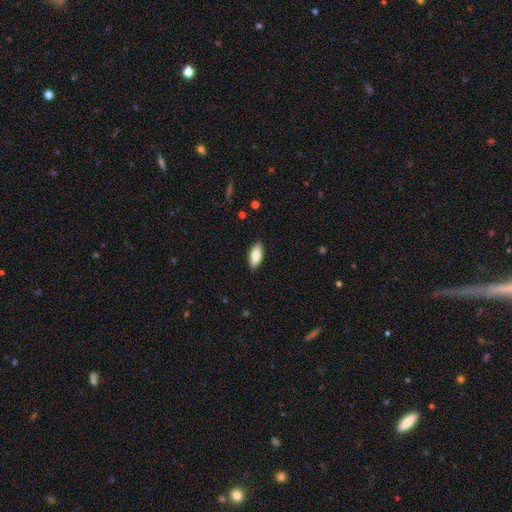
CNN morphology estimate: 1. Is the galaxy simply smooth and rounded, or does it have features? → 83% smooth, 11% featured or disk, 6% star or artifact.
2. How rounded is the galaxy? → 85% in between, 13% cigar-shaped, 2% round.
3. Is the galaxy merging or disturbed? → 89% none, 9% minor disturbance, 2% major disturbance, 1% merger.